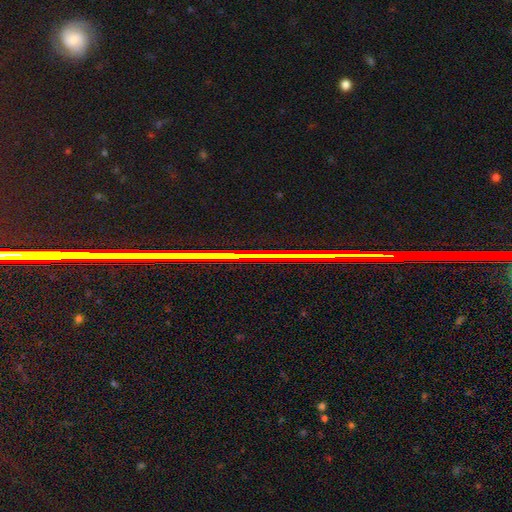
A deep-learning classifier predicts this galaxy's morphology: This appears to be a star or artifact, not a galaxy (78%).